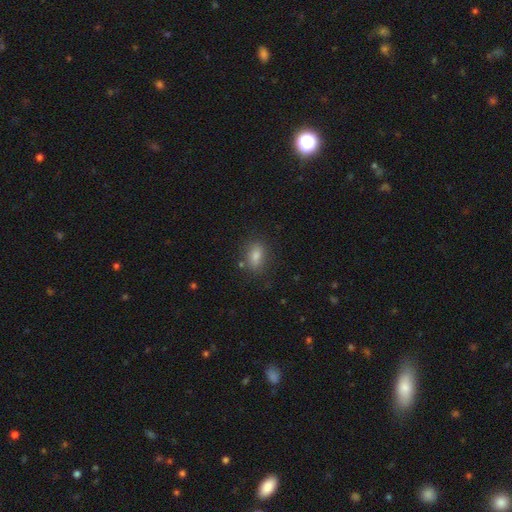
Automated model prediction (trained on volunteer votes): The model was most divided on "how rounded": in between: 79%, round: 14%, cigar-shaped: 7%. More confident: merging — none (82%); smooth or featured — smooth (79%).